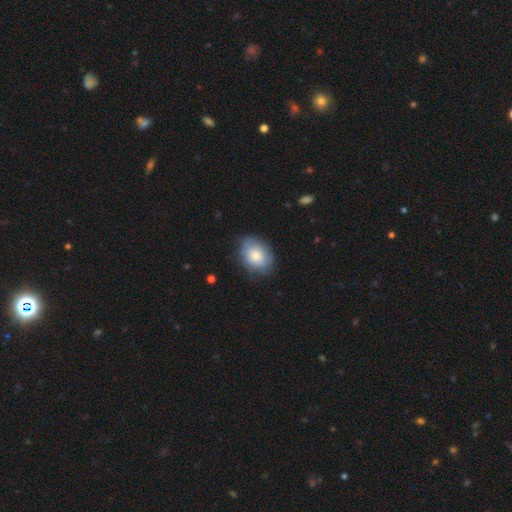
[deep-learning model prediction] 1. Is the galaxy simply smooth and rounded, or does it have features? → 71% smooth, 22% featured or disk, 7% star or artifact.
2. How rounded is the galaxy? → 71% in between, 28% round, 1% cigar-shaped.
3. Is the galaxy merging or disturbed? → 69% none, 24% minor disturbance, 6% major disturbance, 2% merger.